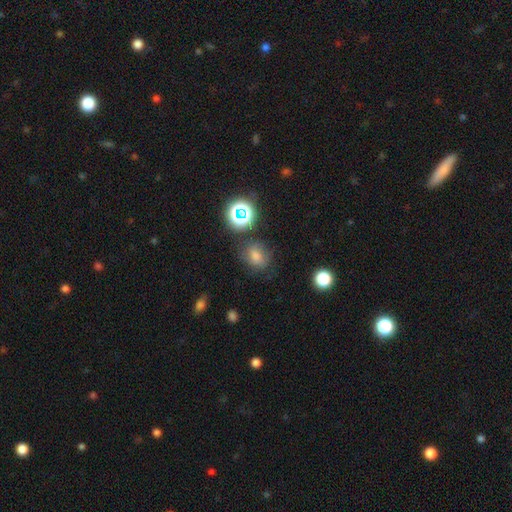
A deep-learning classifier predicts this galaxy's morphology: type=smooth (59%); roundness=round (54%); merging=none (73%).